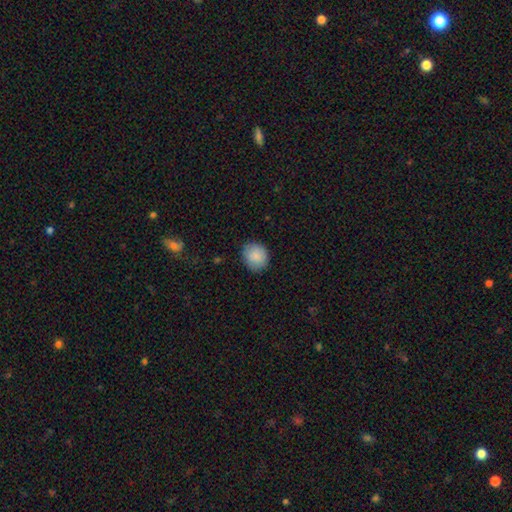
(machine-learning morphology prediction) Smooth or featured: smooth — 88% (star or artifact — 7%)
How rounded: round — 73% (in between — 26%)
Merging: none — 83% (minor disturbance — 13%)